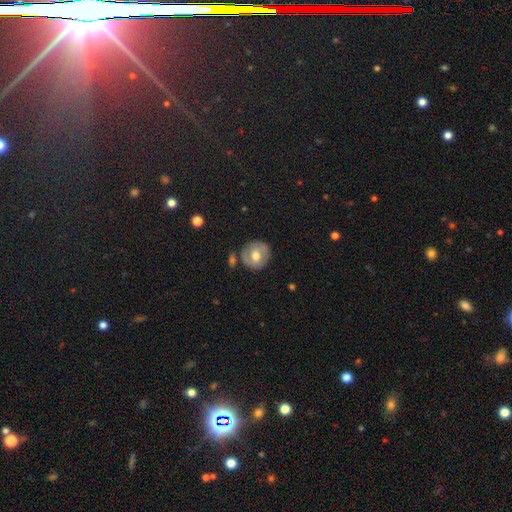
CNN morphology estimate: type=smooth (57%); roundness=round (89%); merging=none (78%).